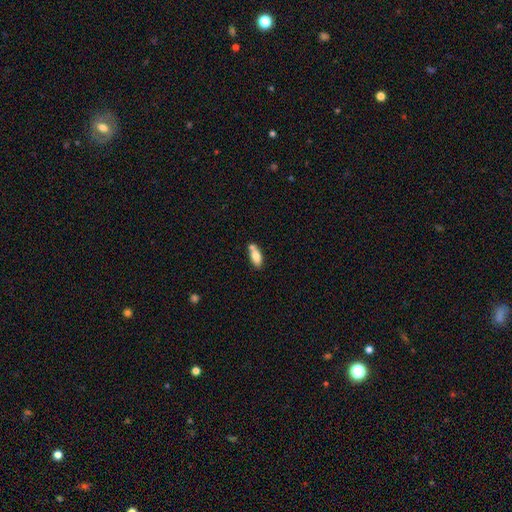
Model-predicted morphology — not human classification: The model was most divided on "merging": none: 47%, merger: 33%, minor disturbance: 16%, major disturbance: 4%. More confident: how rounded — in between (82%); smooth or featured — smooth (78%).